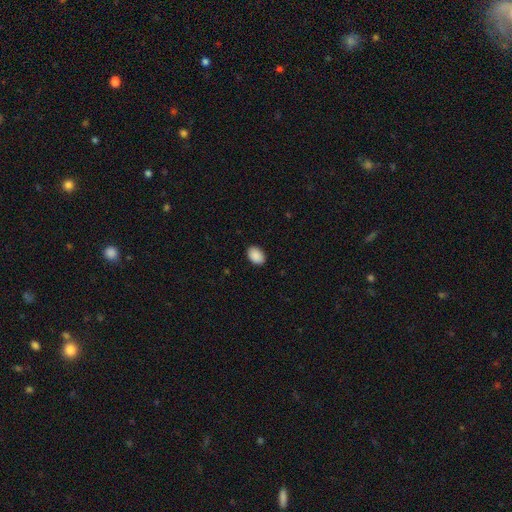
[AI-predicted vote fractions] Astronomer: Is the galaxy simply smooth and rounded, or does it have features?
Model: smooth — 91%.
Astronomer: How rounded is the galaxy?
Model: in between — 85%.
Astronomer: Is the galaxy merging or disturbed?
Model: none — 90%.